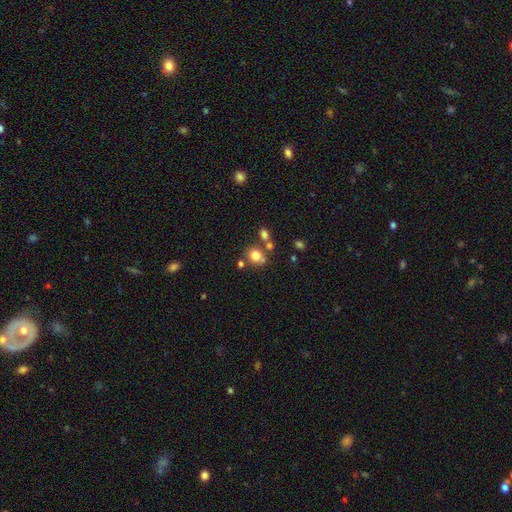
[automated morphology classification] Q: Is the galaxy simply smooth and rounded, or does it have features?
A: smooth — 76%.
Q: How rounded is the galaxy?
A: round — 70%.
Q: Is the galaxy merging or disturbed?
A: none — 60%.